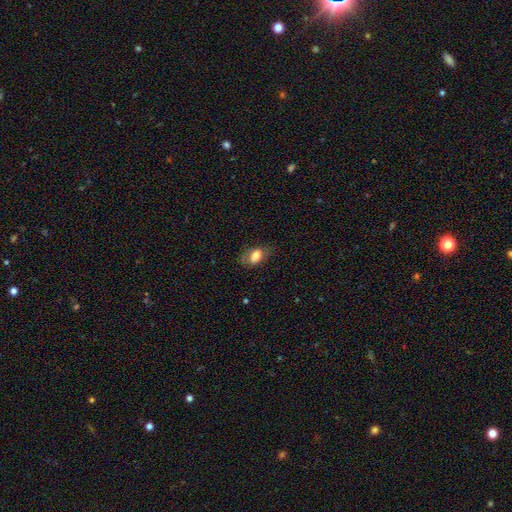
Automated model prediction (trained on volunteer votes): smooth_or_featured: smooth (p=0.74) [alt: featured or disk p=0.19]
how_rounded: in between (p=0.88) [alt: round p=0.08]
merging: none (p=0.65) [alt: minor disturbance p=0.23]